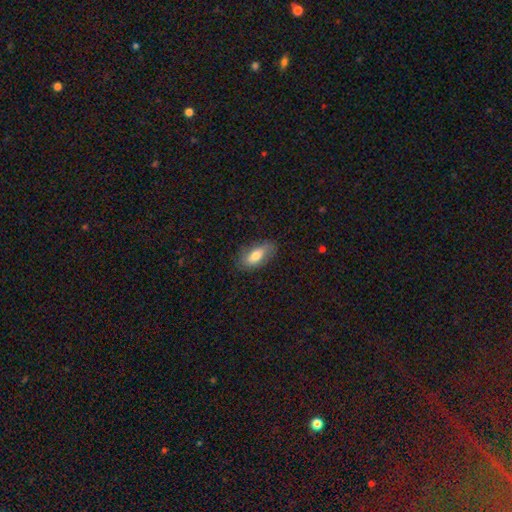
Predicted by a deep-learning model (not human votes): Smooth or featured: smooth — 73% (featured or disk — 20%)
How rounded: in between — 86% (cigar-shaped — 10%)
Merging: none — 76% (minor disturbance — 18%)